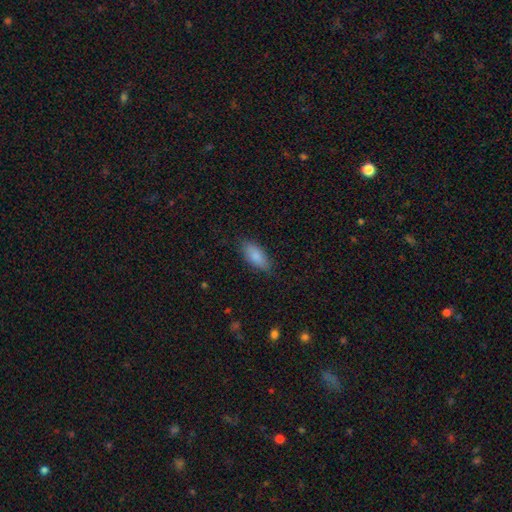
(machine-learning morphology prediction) A smooth galaxy with no disk features (86%) that is in between round and cigar-shaped (87%).

Vote fractions:
- Smooth or featured? smooth: 86% / featured or disk: 7% / star or artifact: 6%
- How rounded? in between: 87% / cigar-shaped: 11% / round: 2%
- Merging? none: 80% / minor disturbance: 15% / major disturbance: 3% / merger: 1%